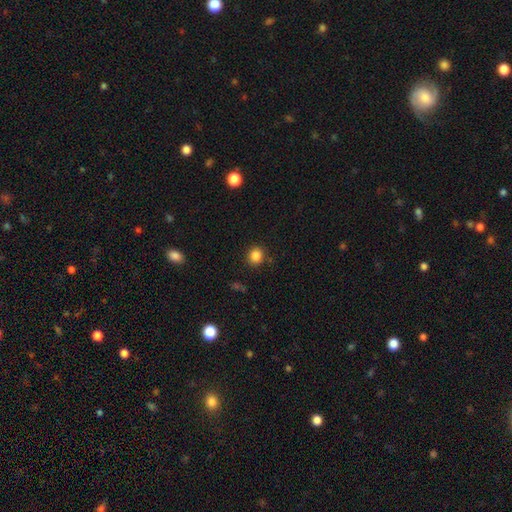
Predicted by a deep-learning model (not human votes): Morphology: type=smooth (85%); roundness=round (83%); merging=none (88%).